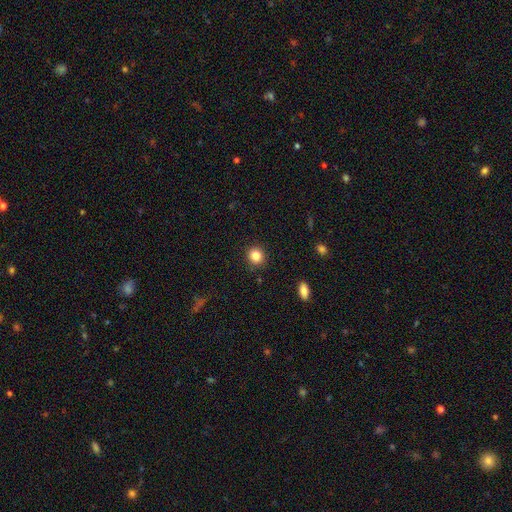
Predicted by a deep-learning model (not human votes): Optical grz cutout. It shows a smooth galaxy with no disk features (84%) that is round (89%). Merging: none (91%).